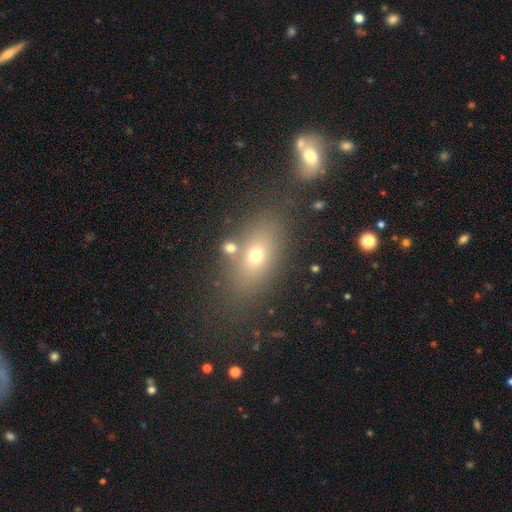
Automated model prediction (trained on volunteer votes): Smooth or featured?
  - smooth: 64% *
  - featured or disk: 20%
  - star or artifact: 16%
How rounded?
  - in between: 77% *
  - round: 16%
  - cigar-shaped: 7%
Merging?
  - none: 72% *
  - minor disturbance: 11%
  - merger: 11%
  - major disturbance: 5%